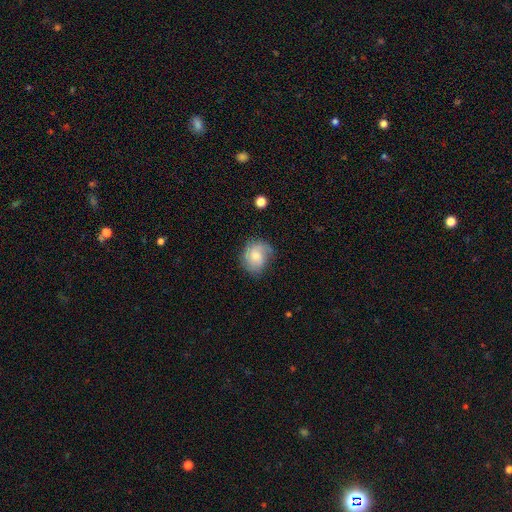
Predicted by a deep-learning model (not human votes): The model was most divided on "smooth or featured": smooth: 54%, featured or disk: 38%, star or artifact: 8%. More confident: how rounded — round (67%); merging — none (63%).